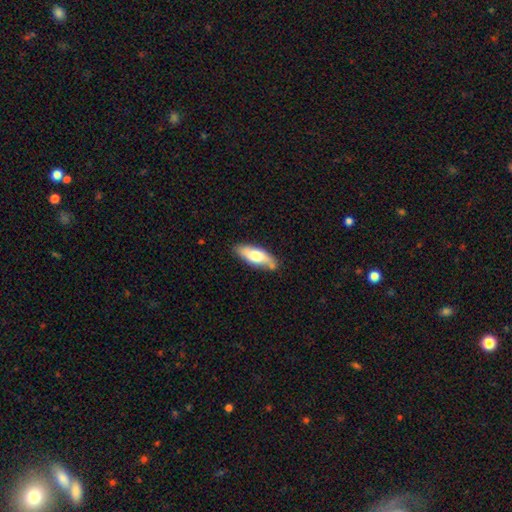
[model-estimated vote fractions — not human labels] A smooth galaxy with no disk features (62%) that is in between round and cigar-shaped (70%). Merging: none (73%).